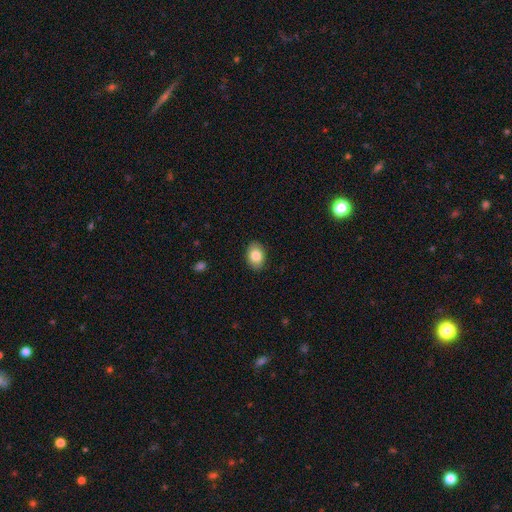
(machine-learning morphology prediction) smooth-or-featured: smooth: 83% | featured or disk: 9% | star or artifact: 7%
  how-rounded: in between: 80% | round: 19% | cigar-shaped: 1%
  merging: none: 88% | minor disturbance: 9% | major disturbance: 2% | merger: 1%